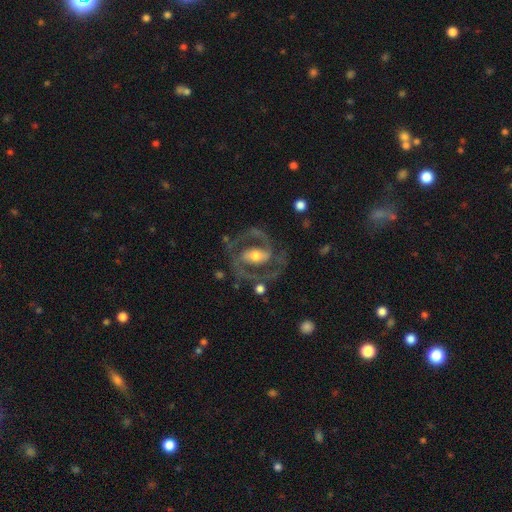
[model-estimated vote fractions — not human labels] Overall: featured or disk (86%). Edge-on disk: no (96%). Bar: strong (42%; weak 34%). Spiral arms: yes (89%). Spiral arm count: 2 (88%). Spiral winding: medium (55%; tight 31%). Bulge size: moderate (58%; small 28%). Merging: none (71%).